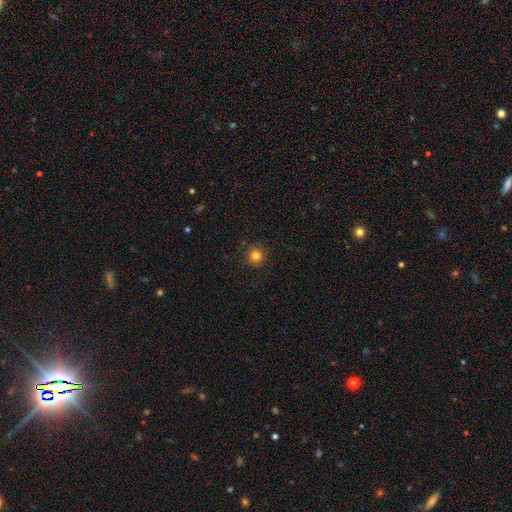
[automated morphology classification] Smooth or featured? Predicted: smooth (p=0.81). How rounded? Predicted: round (p=0.95). Merging? Predicted: none (p=0.90).